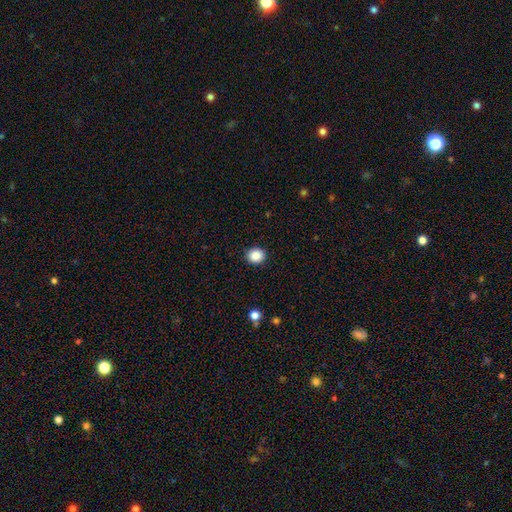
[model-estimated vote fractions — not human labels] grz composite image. It shows a smooth galaxy with no disk features (88%) that is round (81%). Merging: none (92%).